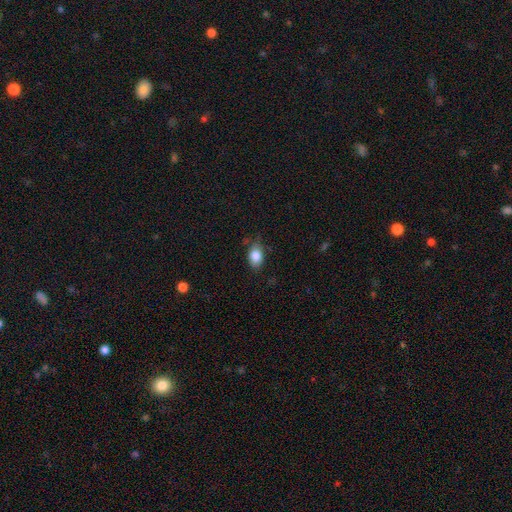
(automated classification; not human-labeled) Smooth or featured? smooth (85%)
How rounded? in between (81%)
Merging? none (71%)